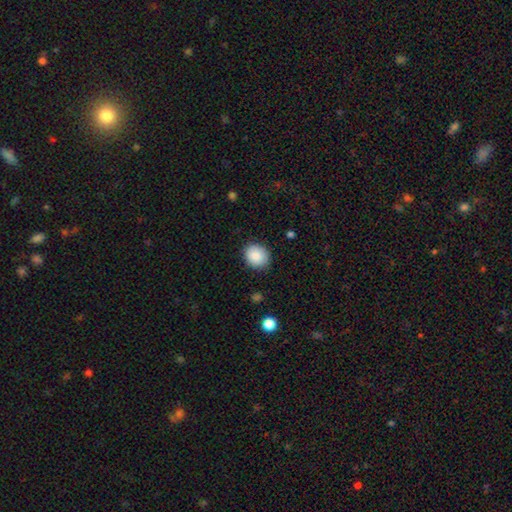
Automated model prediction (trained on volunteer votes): smooth_or_featured: smooth (p=0.88) [alt: star or artifact p=0.08]
how_rounded: round (p=0.66) [alt: in between p=0.33]
merging: none (p=0.86) [alt: minor disturbance p=0.11]